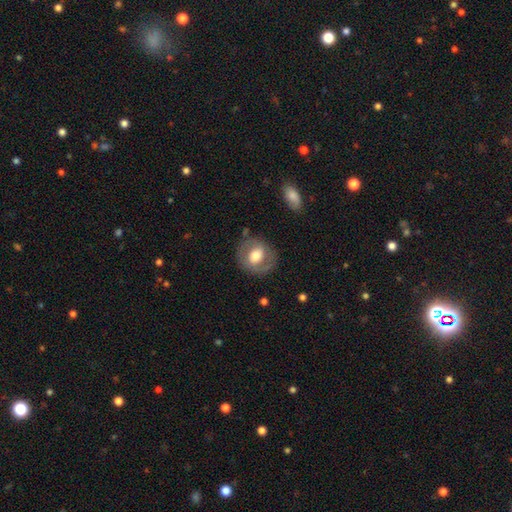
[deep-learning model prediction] Smooth or featured?
  - smooth: 48% *
  - featured or disk: 46%
  - star or artifact: 6%
Merging?
  - none: 79% *
  - minor disturbance: 13%
  - major disturbance: 7%
  - merger: 2%